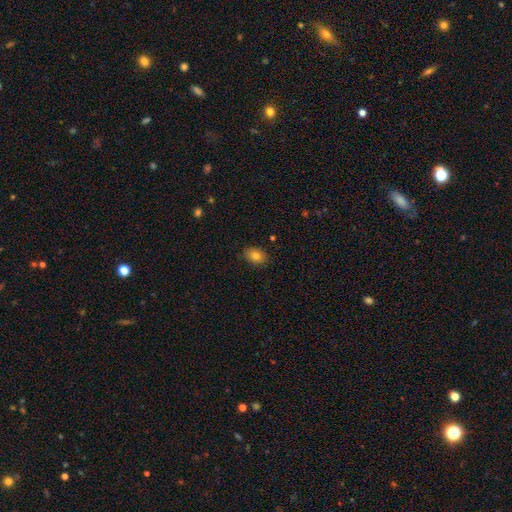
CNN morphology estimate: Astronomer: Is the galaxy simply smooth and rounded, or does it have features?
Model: smooth — 82%.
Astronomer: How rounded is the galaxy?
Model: in between — 82%.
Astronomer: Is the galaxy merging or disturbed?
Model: none — 85%.